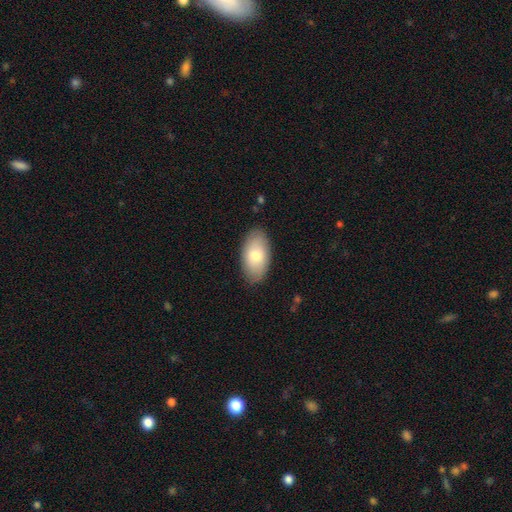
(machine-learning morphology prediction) smooth_or_featured: smooth (p=0.75) [alt: featured or disk p=0.19]
how_rounded: in between (p=0.94) [alt: round p=0.03]
merging: none (p=0.86) [alt: minor disturbance p=0.11]